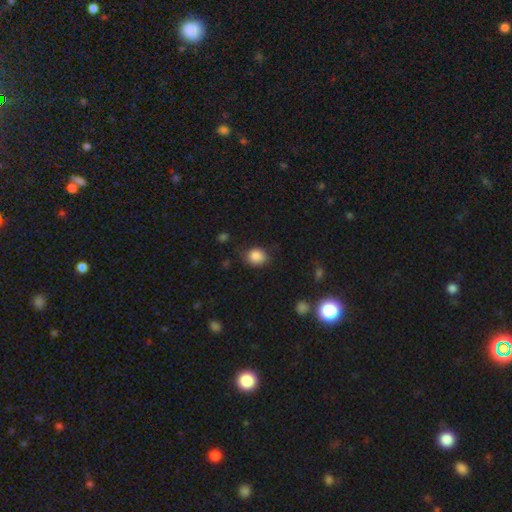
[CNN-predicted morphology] This appears to be a smooth galaxy with no disk features (85%) that is round (65%). Merging: none (77%).